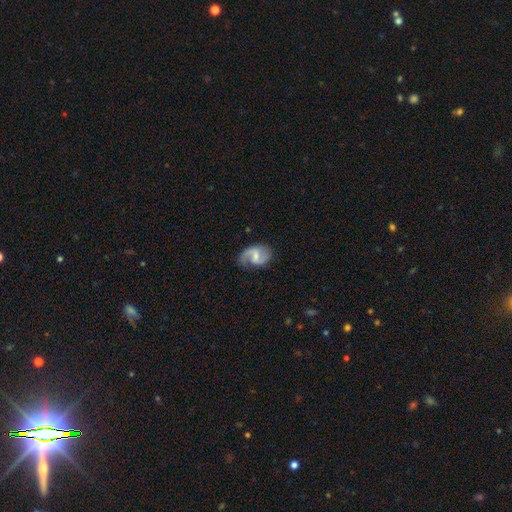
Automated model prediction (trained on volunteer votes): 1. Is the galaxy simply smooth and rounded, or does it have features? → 85% featured or disk, 10% smooth, 5% star or artifact.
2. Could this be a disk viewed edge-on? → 98% no, 2% yes.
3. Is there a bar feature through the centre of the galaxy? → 57% weak, 24% no, 18% strong.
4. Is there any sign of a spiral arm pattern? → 96% yes, 4% no.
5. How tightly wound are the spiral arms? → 49% medium, 39% loose, 13% tight.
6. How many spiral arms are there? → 86% 2, 8% 1, 3% can't tell, 1% 3, 1% 4, 1% more than 4.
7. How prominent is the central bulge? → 48% small, 38% moderate, 10% none, 2% large, 1% dominant.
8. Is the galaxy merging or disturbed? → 77% none, 16% minor disturbance, 6% major disturbance, 1% merger.